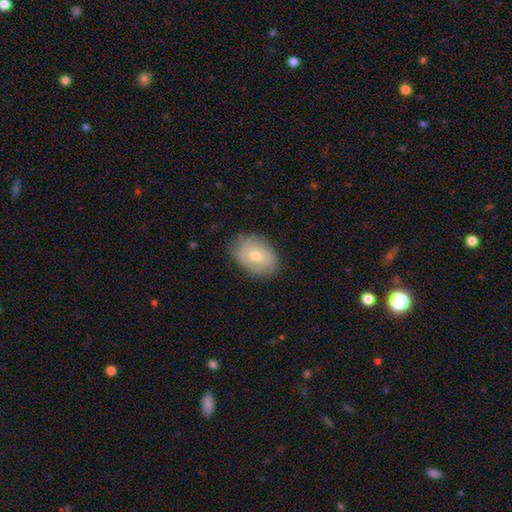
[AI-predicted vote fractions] smooth_or_featured: smooth (p=0.56) [alt: featured or disk p=0.36]
how_rounded: in between (p=0.70) [alt: round p=0.29]
merging: none (p=0.76) [alt: minor disturbance p=0.19]